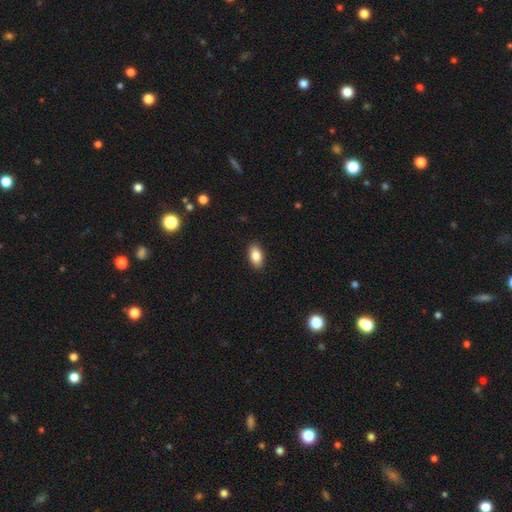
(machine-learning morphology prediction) A smooth galaxy with no disk features (87%) that is in between round and cigar-shaped (92%). Merging: none (89%).